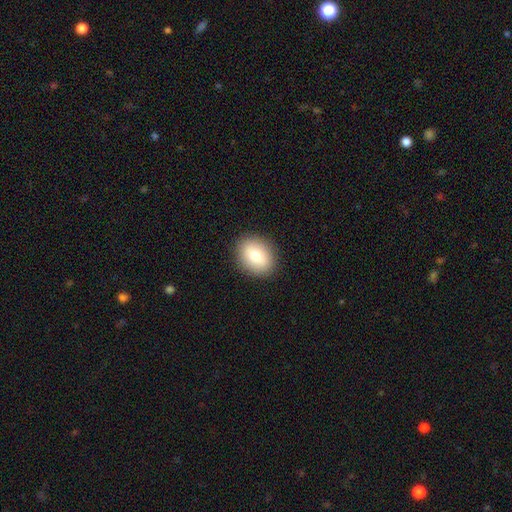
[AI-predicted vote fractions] A smooth galaxy with no disk features (77%) that is in between round and cigar-shaped (59%).

Vote fractions:
- Smooth or featured? smooth: 77% / featured or disk: 15% / star or artifact: 8%
- How rounded? in between: 59% / round: 39% / cigar-shaped: 1%
- Merging? none: 89% / minor disturbance: 8% / major disturbance: 2% / merger: 1%